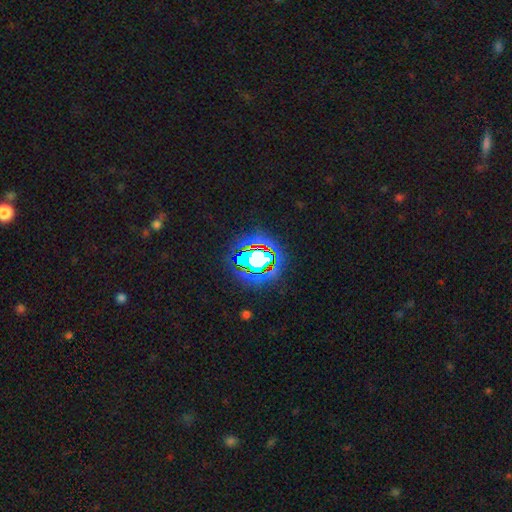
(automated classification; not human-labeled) Q: Smooth or featured?
A: star or artifact (82%); runner-up: smooth (11%)